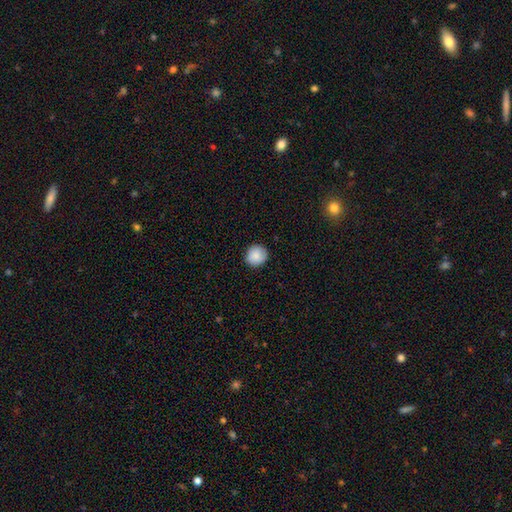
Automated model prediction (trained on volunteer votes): This appears to be a smooth galaxy with no disk features (87%) that is round (89%). Merging: none (90%).